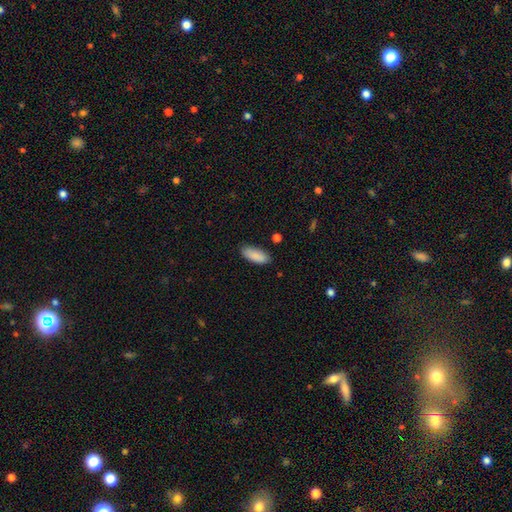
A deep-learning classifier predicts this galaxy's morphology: smooth_or_featured: smooth (p=0.89) [alt: star or artifact p=0.06]
how_rounded: in between (p=0.79) [alt: cigar-shaped p=0.19]
merging: none (p=0.82) [alt: minor disturbance p=0.14]